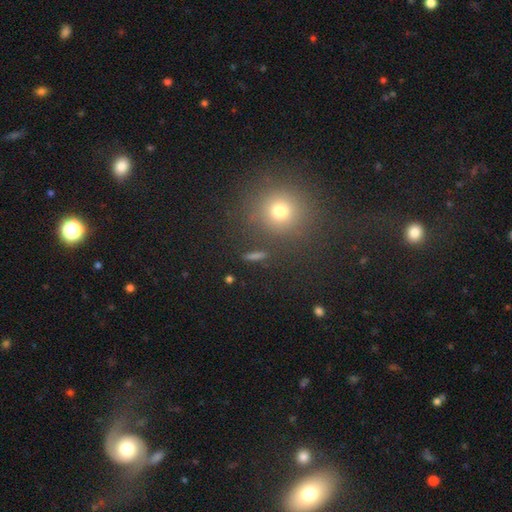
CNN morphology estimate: This appears to be a smooth galaxy with no disk features (57%) that is round (68%). Merging: none (85%).